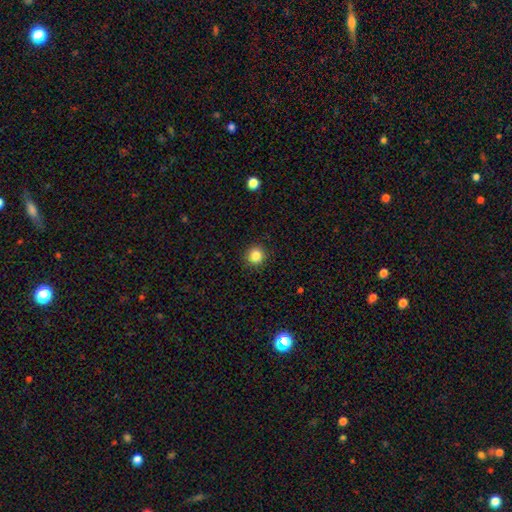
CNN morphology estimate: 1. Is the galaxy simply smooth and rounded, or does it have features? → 85% smooth, 11% star or artifact, 4% featured or disk.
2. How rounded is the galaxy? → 93% round, 6% in between, 1% cigar-shaped.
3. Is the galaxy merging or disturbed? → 92% none, 6% minor disturbance, 2% major disturbance, 1% merger.